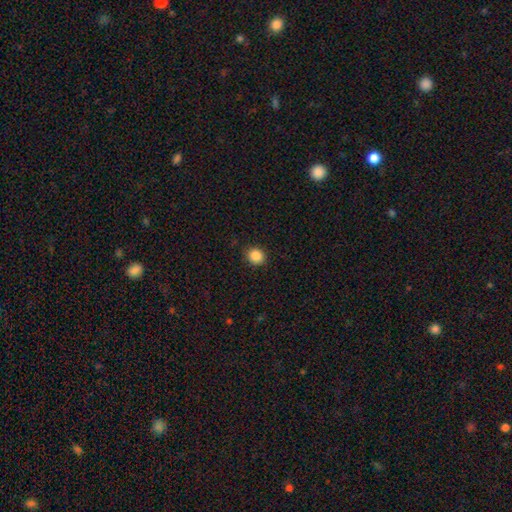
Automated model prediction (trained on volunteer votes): smooth_or_featured: smooth (p=0.87) [alt: star or artifact p=0.10]
how_rounded: round (p=0.73) [alt: in between p=0.26]
merging: none (p=0.89) [alt: minor disturbance p=0.08]